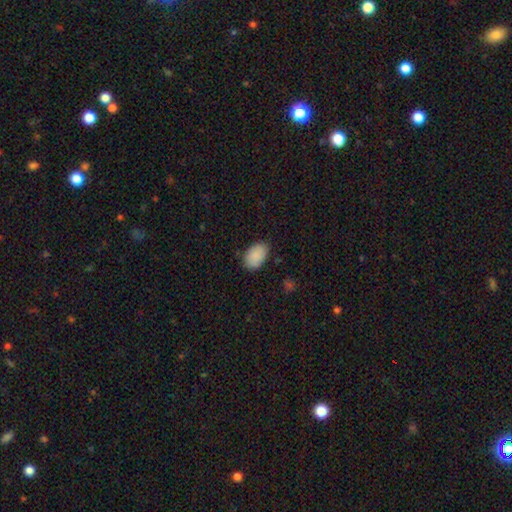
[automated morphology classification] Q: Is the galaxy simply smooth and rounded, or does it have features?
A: smooth — 89%.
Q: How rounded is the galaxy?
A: in between — 90%.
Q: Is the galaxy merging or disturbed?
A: none — 79%.